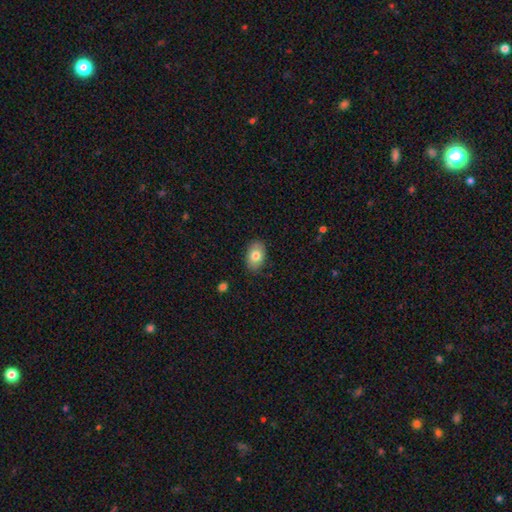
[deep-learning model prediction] Overall: smooth (79%). How rounded: in between (86%). Merging: none (86%).